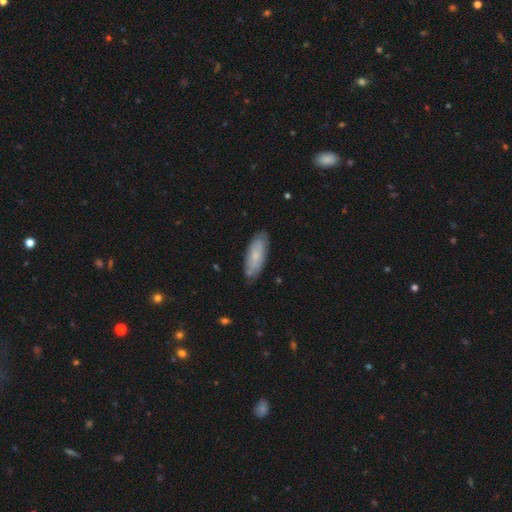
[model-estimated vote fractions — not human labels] A smooth galaxy with no disk features (62%) that is in between round and cigar-shaped (71%). Merging: none (79%).